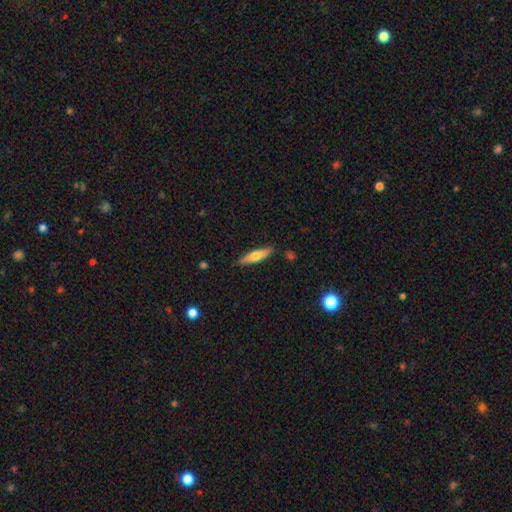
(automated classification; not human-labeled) Overall: smooth (62%; featured or disk 32%). How rounded: cigar-shaped (78%). Merging: none (86%).